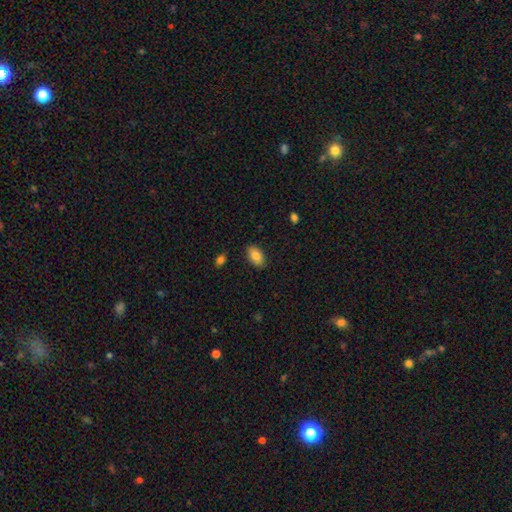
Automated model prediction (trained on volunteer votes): Morphology: type=smooth (85%); roundness=in between (93%); merging=none (86%).